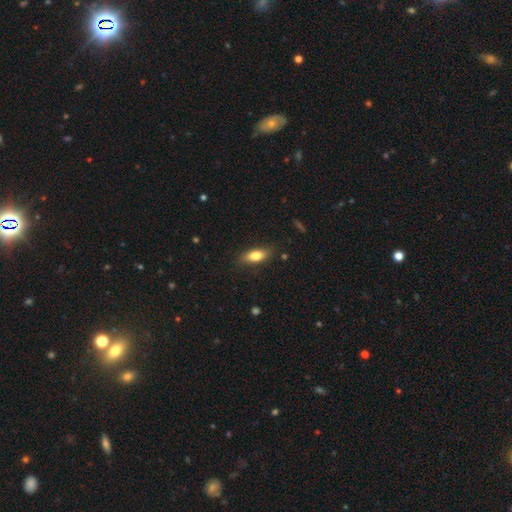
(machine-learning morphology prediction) smooth-or-featured: smooth: 80% | featured or disk: 13% | star or artifact: 7%
  how-rounded: in between: 78% | cigar-shaped: 18% | round: 4%
  merging: none: 83% | minor disturbance: 13% | major disturbance: 3% | merger: 1%